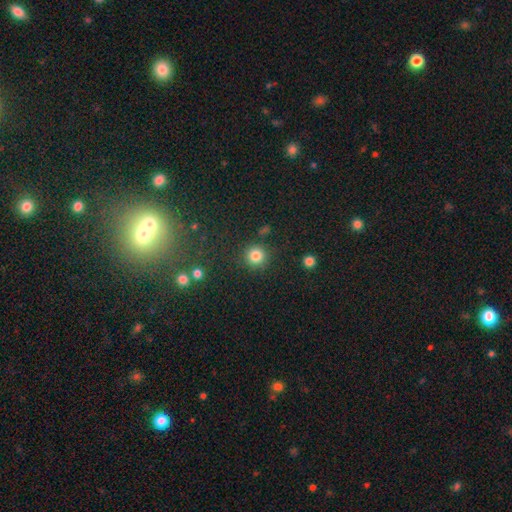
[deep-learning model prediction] The model was most divided on "smooth or featured": smooth: 83%, star or artifact: 12%, featured or disk: 5%. More confident: how rounded — round (94%); merging — none (86%).